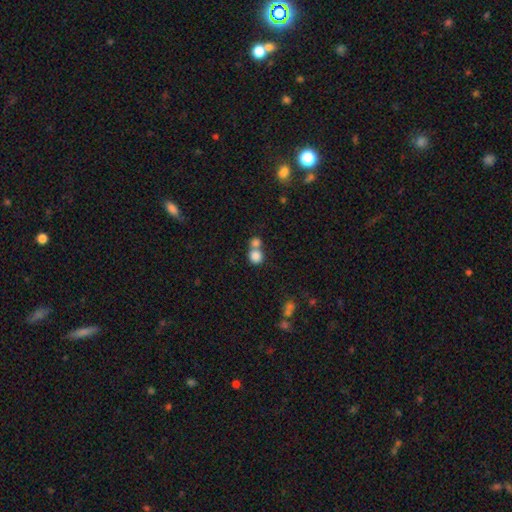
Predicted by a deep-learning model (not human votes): smooth-or-featured: smooth: 83% | star or artifact: 10% | featured or disk: 7%
  how-rounded: round: 85% | in between: 14% | cigar-shaped: 1%
  merging: merger: 48% | none: 42% | minor disturbance: 7% | major disturbance: 3%